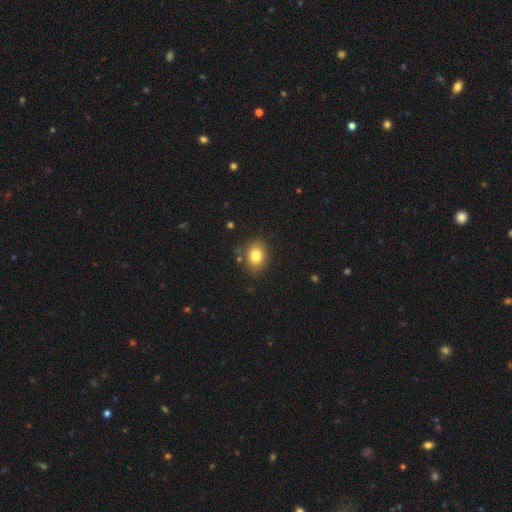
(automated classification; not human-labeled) smooth-or-featured: smooth: 81% | star or artifact: 10% | featured or disk: 9%
  how-rounded: in between: 54% | round: 45% | cigar-shaped: 1%
  merging: none: 83% | minor disturbance: 11% | major disturbance: 3% | merger: 3%